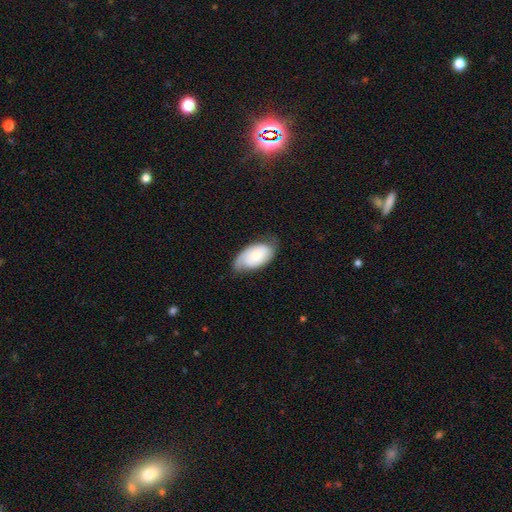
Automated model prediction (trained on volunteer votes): Smooth or featured: smooth — 59% (featured or disk — 35%)
How rounded: in between — 95% (round — 3%)
Merging: none — 60% (minor disturbance — 31%)